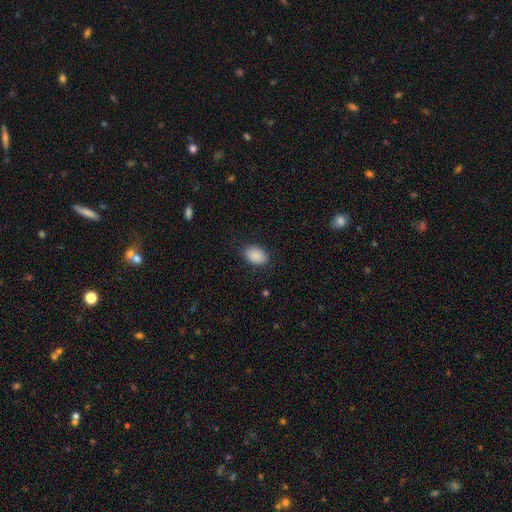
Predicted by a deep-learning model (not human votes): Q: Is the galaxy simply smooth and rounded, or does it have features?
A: smooth — 90%.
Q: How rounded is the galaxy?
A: in between — 84%.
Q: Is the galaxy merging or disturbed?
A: none — 86%.